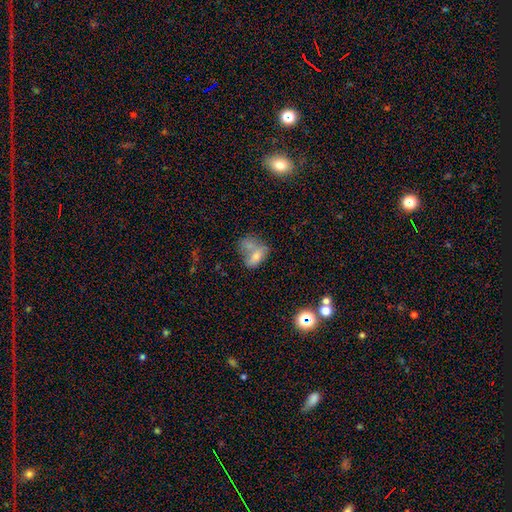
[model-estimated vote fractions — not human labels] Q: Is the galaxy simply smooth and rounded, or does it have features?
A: smooth — 59%.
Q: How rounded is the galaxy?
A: in between — 75%.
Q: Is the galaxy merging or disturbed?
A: merger — 52%.